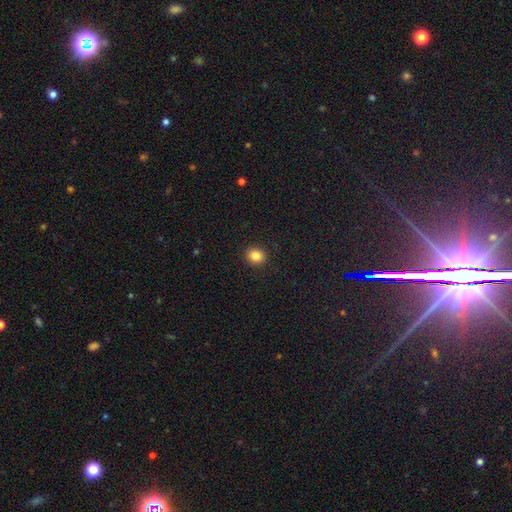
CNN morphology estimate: This appears to be a smooth galaxy with no disk features (85%) that is round (76%). Merging: none (92%).